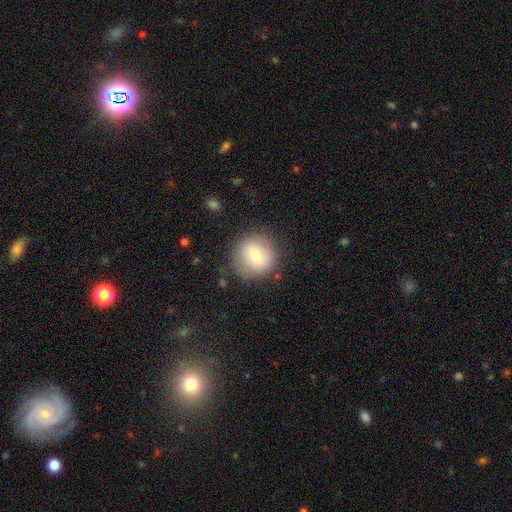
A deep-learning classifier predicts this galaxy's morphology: This is likely a smooth galaxy (75%). How rounded: clearly round (93%). Merging: clearly none (81%).